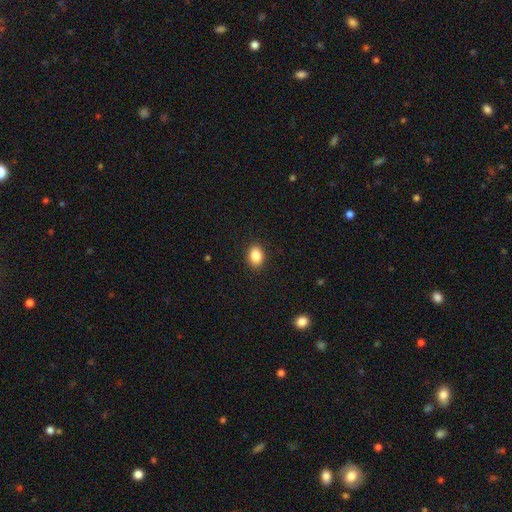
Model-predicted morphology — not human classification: Smooth or featured? Predicted: smooth (p=0.86). How rounded? Predicted: in between (p=0.72). Merging? Predicted: none (p=0.90).